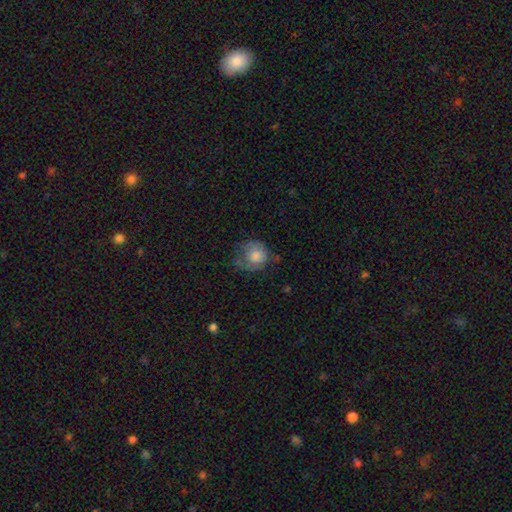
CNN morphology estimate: type=smooth (71%); roundness=round (78%); merging=none (46%).